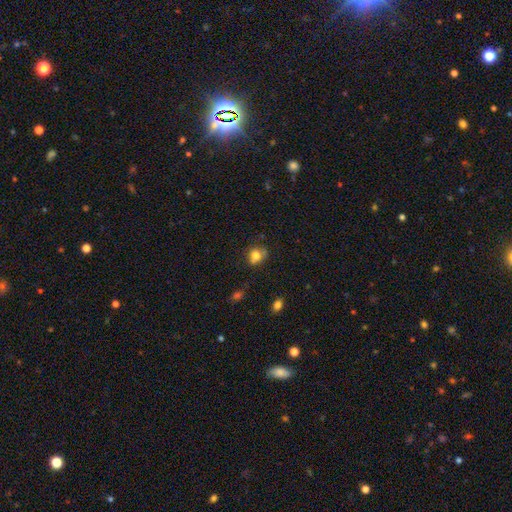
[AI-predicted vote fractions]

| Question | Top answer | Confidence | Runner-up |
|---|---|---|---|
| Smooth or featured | smooth | 75% | featured or disk (13%) |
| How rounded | round | 69% | in between (30%) |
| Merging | none | 57% | minor disturbance (22%) |